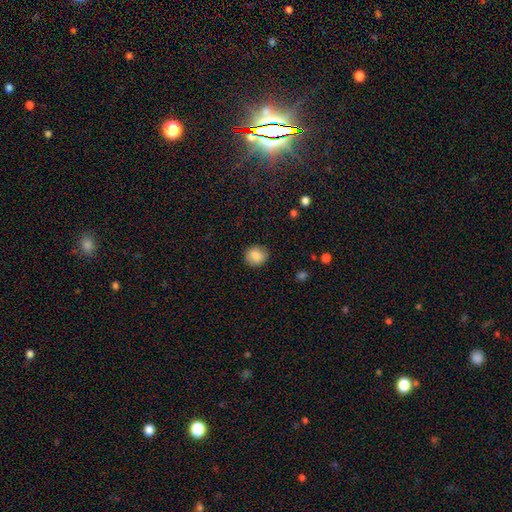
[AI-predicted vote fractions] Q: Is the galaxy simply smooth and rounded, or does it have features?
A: smooth — 86%.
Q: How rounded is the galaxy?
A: round — 81%.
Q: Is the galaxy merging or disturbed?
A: none — 88%.